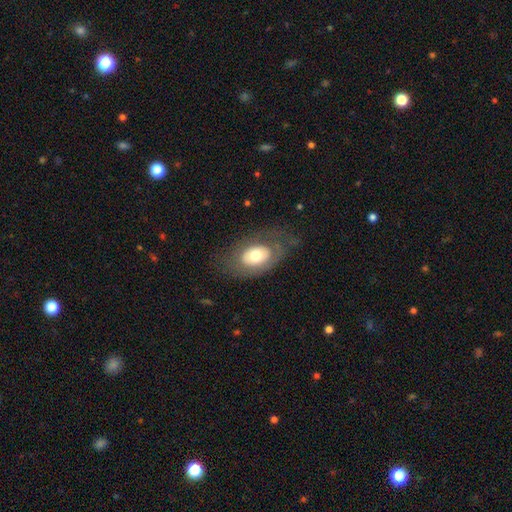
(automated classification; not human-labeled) Smooth or featured?
  - smooth: 52% *
  - featured or disk: 41%
  - star or artifact: 7%
How rounded?
  - in between: 86% *
  - round: 13%
  - cigar-shaped: 1%
Merging?
  - none: 68% *
  - minor disturbance: 18%
  - major disturbance: 13%
  - merger: 1%